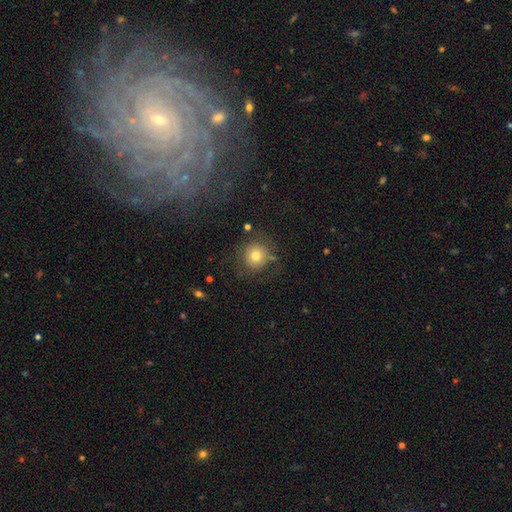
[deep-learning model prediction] smooth-or-featured: smooth: 74% | featured or disk: 13% | star or artifact: 13%
  how-rounded: round: 91% | in between: 8% | cigar-shaped: 1%
  merging: none: 74% | minor disturbance: 13% | major disturbance: 9% | merger: 4%